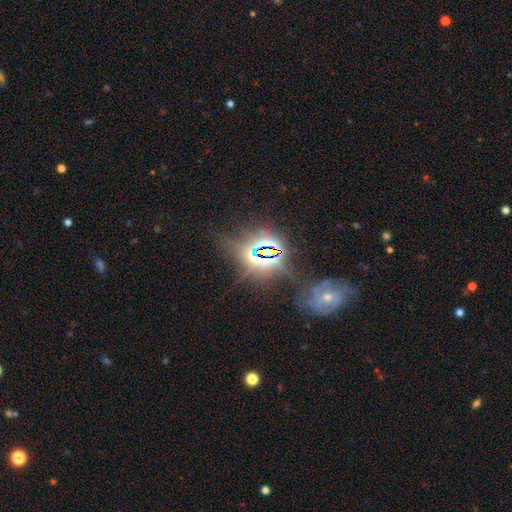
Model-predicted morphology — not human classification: Smooth or featured?
  - star or artifact: 81% *
  - smooth: 10%
  - featured or disk: 9%